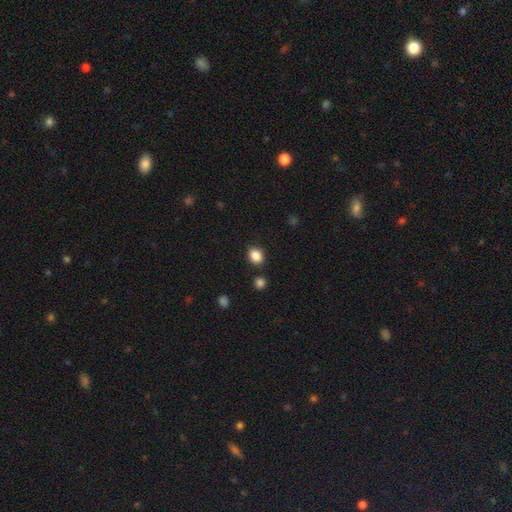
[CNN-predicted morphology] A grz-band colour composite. It shows a smooth galaxy with no disk features (85%) that is round (56%). Merging: none (83%).